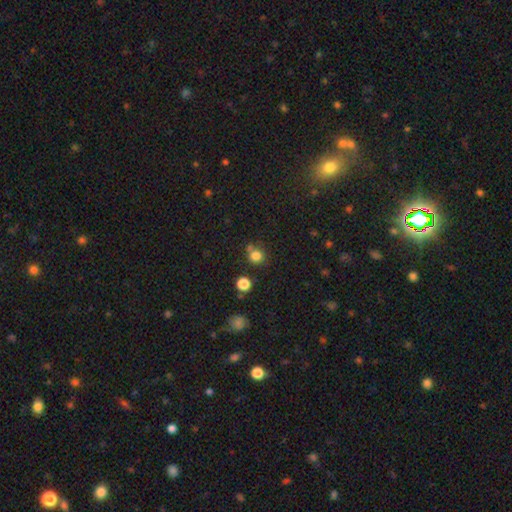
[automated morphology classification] Smooth or featured? Predicted: smooth (p=0.79). How rounded? Predicted: round (p=0.86). Merging? Predicted: none (p=0.65).